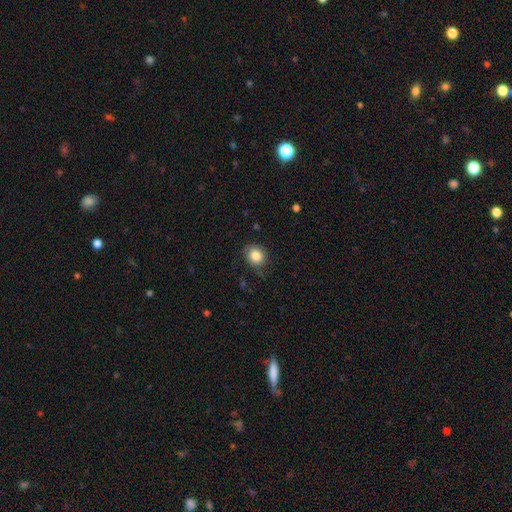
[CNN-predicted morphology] Smooth or featured?
  - smooth: 85% *
  - star or artifact: 9%
  - featured or disk: 6%
How rounded?
  - round: 70% *
  - in between: 29%
  - cigar-shaped: 1%
Merging?
  - none: 77% *
  - minor disturbance: 18%
  - major disturbance: 4%
  - merger: 1%